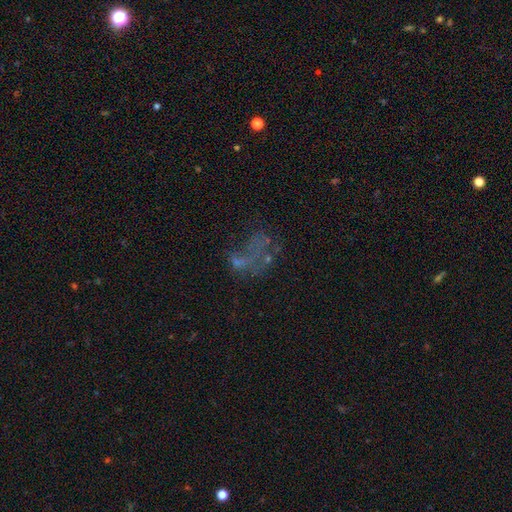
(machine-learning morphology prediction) Q: Smooth or featured?
A: featured or disk (44%); runner-up: smooth (29%)
Q: Merging?
A: major disturbance (38%); runner-up: none (34%)